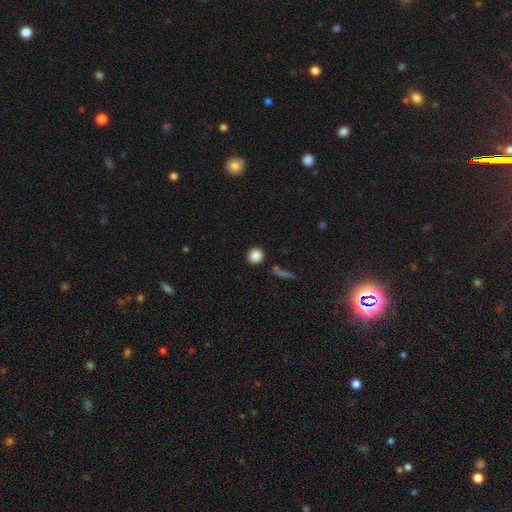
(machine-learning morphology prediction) Smooth or featured? Predicted: smooth (p=0.86). How rounded? Predicted: round (p=0.91). Merging? Predicted: none (p=0.88).